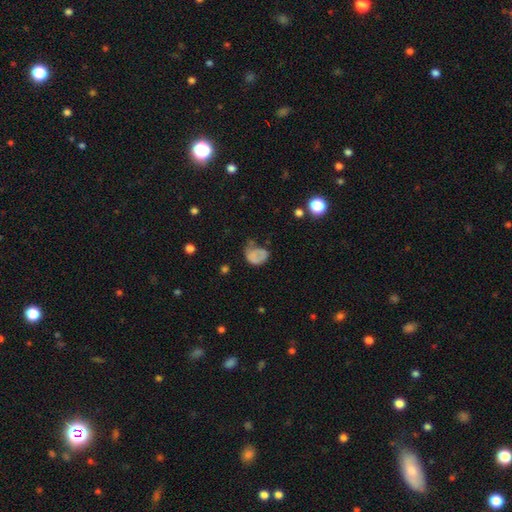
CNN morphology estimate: This appears to be a smooth galaxy with no disk features (65%) that is in between round and cigar-shaped (54%). Merging: minor disturbance (35%).